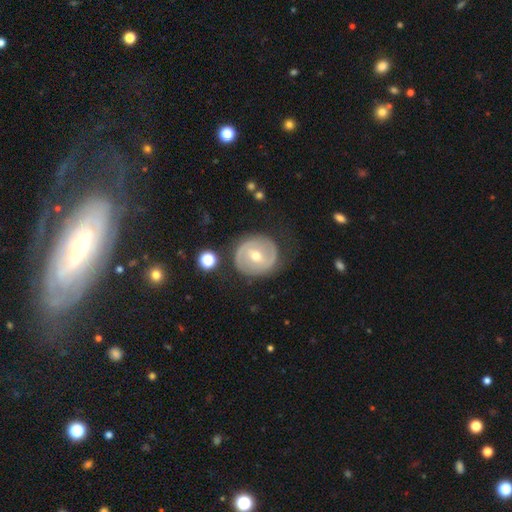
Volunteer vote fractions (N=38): Volunteers were most divided on "spiral winding": tight: 38%, medium: 31%, loose: 31%. More confident: edge-on disk — no (96%); spiral arm count — 2 (81%); merging — none (72%); smooth or featured — featured or disk (71%); bar — weak (69%); bulge size — moderate (65%); spiral arms — yes (62%).